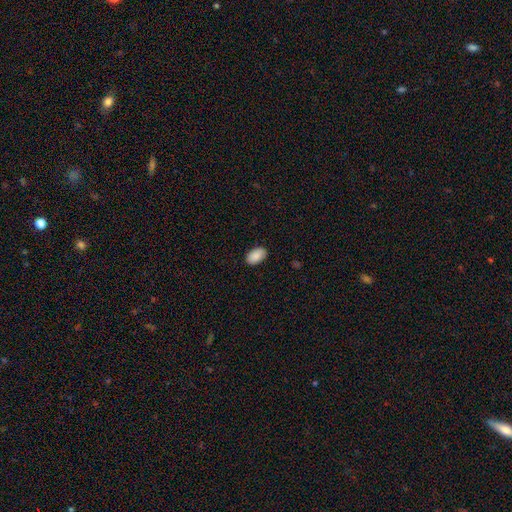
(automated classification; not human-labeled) This is clearly a smooth galaxy (89%). How rounded: clearly in between (93%). Merging: clearly none (87%).